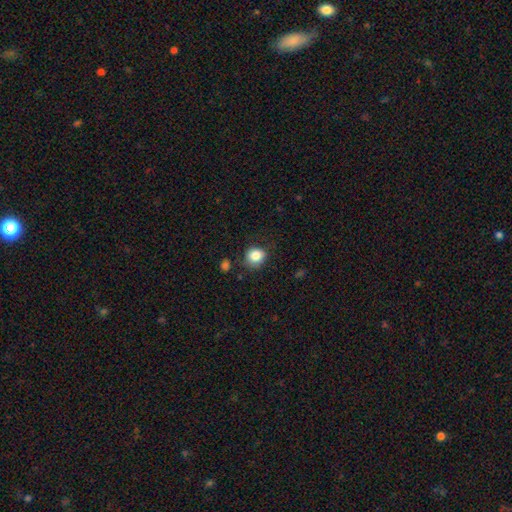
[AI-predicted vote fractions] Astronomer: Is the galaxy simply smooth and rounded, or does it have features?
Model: smooth — 84%.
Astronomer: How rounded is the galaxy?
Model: round — 80%.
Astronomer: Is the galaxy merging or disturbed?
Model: none — 76%.